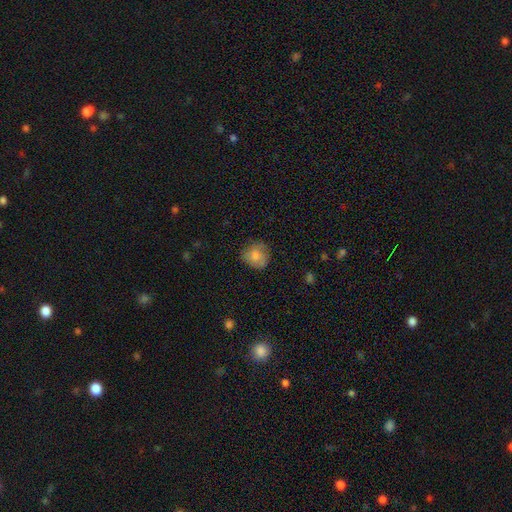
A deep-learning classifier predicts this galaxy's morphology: smooth-or-featured: smooth: 78% | featured or disk: 13% | star or artifact: 9%
  how-rounded: round: 82% | in between: 17% | cigar-shaped: 1%
  merging: none: 69% | minor disturbance: 23% | major disturbance: 7% | merger: 1%